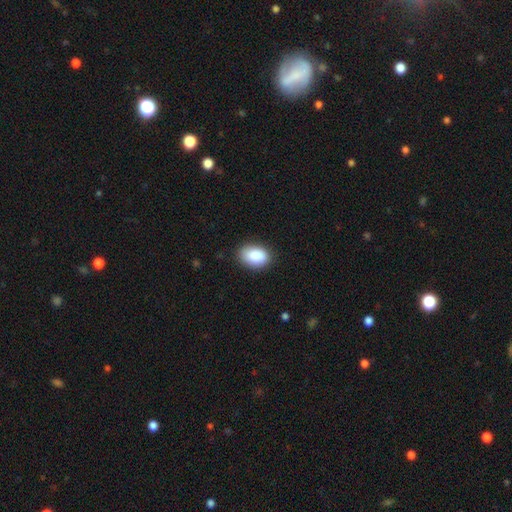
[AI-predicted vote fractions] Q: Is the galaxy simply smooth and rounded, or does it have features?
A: smooth — 89%.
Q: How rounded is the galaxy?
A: in between — 88%.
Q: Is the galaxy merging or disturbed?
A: none — 85%.